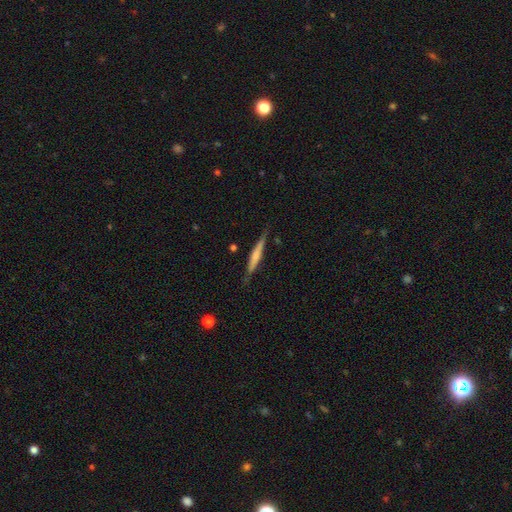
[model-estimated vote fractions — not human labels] smooth_or_featured: featured or disk (p=0.50) [alt: smooth p=0.44]
merging: none (p=0.82) [alt: minor disturbance p=0.13]